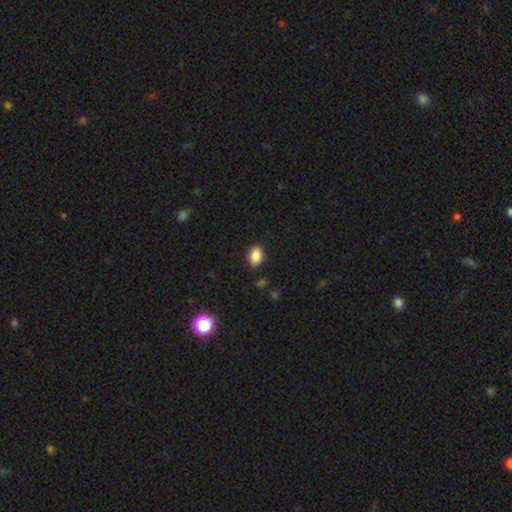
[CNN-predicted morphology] This is clearly a smooth galaxy (87%). How rounded: clearly in between (83%). Merging: clearly none (87%).